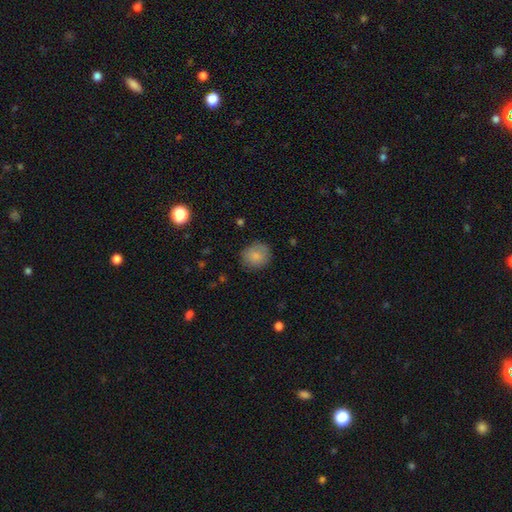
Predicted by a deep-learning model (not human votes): The model was most divided on "how rounded": round: 80%, in between: 19%, cigar-shaped: 1%. More confident: smooth or featured — smooth (84%); merging — none (84%).